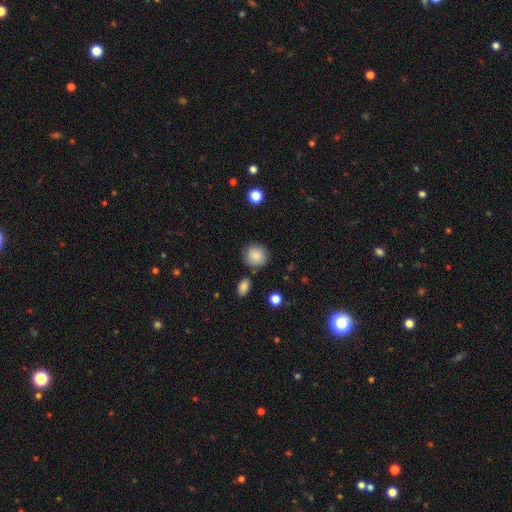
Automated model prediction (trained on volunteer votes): A smooth galaxy with no disk features (86%) that is round (88%). Merging: none (83%).